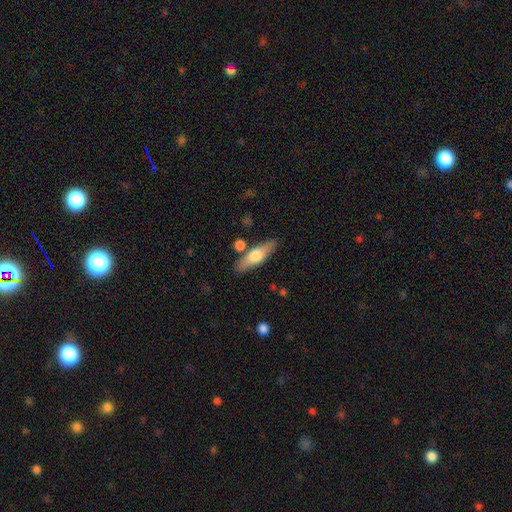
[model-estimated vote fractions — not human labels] Smooth or featured?
  - smooth: 53% *
  - featured or disk: 41%
  - star or artifact: 6%
How rounded?
  - cigar-shaped: 60% *
  - in between: 37%
  - round: 3%
Merging?
  - none: 81% *
  - minor disturbance: 10%
  - merger: 7%
  - major disturbance: 2%